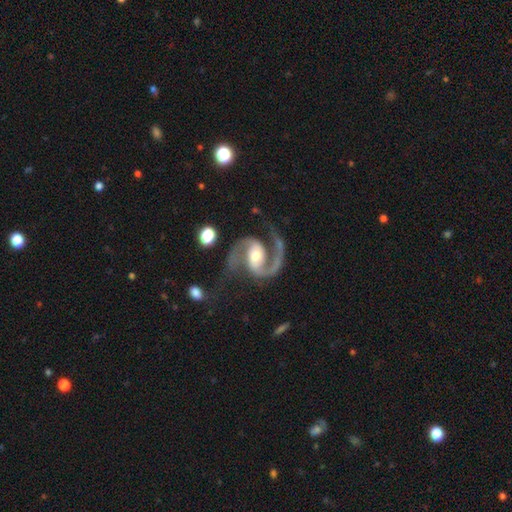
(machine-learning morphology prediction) type=featured or disk (93%); edge-on=no (98%); bar=weak (37%, tied with no); spiral arms=yes (98%); winding=medium (58%); arm count=2 (92%); bulge=moderate (68%); merging=none (67%).